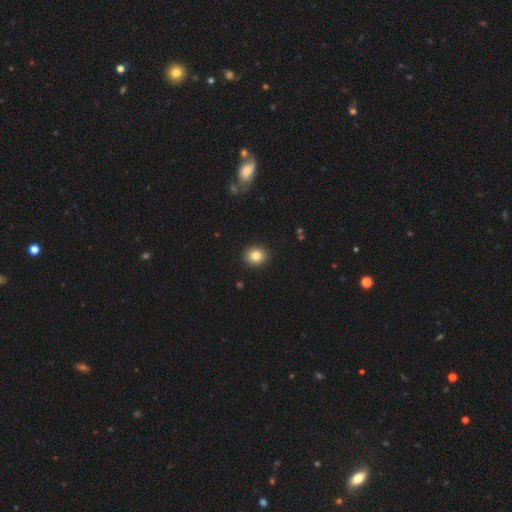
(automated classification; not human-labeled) Smooth or featured?
  - smooth: 83% *
  - star or artifact: 10%
  - featured or disk: 7%
How rounded?
  - round: 65% *
  - in between: 34%
  - cigar-shaped: 1%
Merging?
  - none: 91% *
  - minor disturbance: 6%
  - major disturbance: 2%
  - merger: 1%